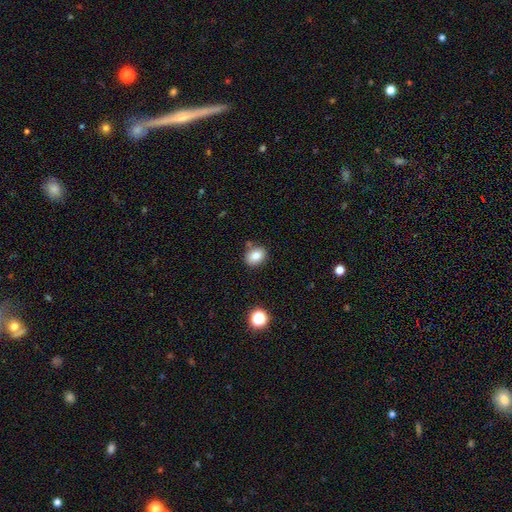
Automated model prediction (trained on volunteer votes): smooth_or_featured: smooth (p=0.82) [alt: star or artifact p=0.11]
how_rounded: in between (p=0.53) [alt: round p=0.46]
merging: none (p=0.77) [alt: minor disturbance p=0.13]